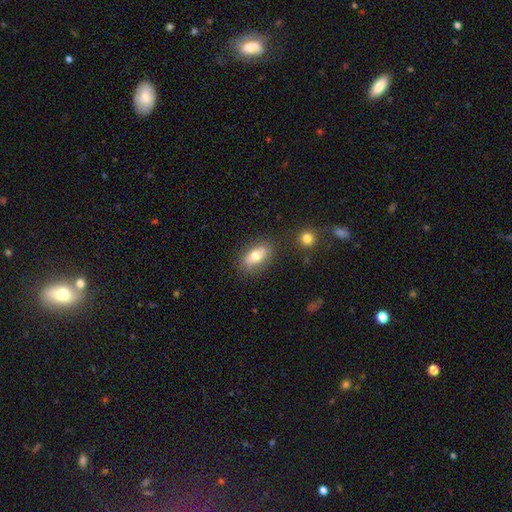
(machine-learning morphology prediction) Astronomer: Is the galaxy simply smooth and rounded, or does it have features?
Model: smooth — 69%.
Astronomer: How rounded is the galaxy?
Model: in between — 86%.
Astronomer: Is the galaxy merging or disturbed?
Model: none — 80%.